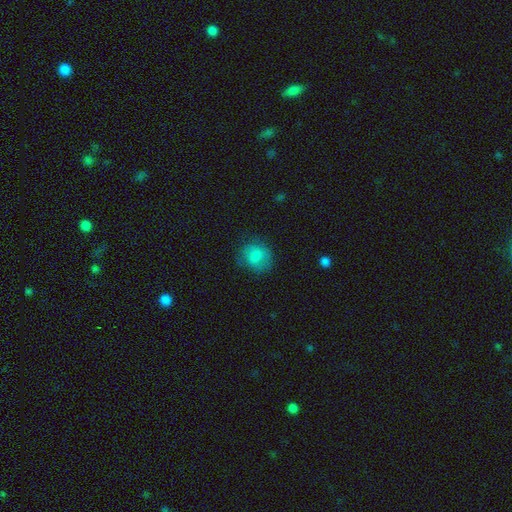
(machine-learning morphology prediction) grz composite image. It shows a smooth galaxy with no disk features (78%) that is round (76%). Merging: none (69%).